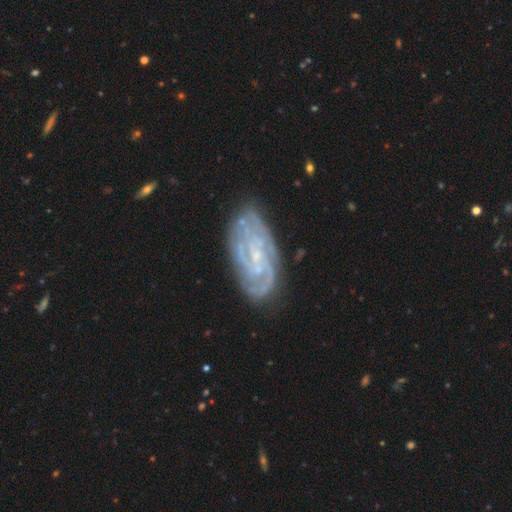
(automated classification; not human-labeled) A featured or disk galaxy (85%) with no bar (55%), tight (64%) spiral arms (96%) and a small central bulge (76%). Merging: none (76%).